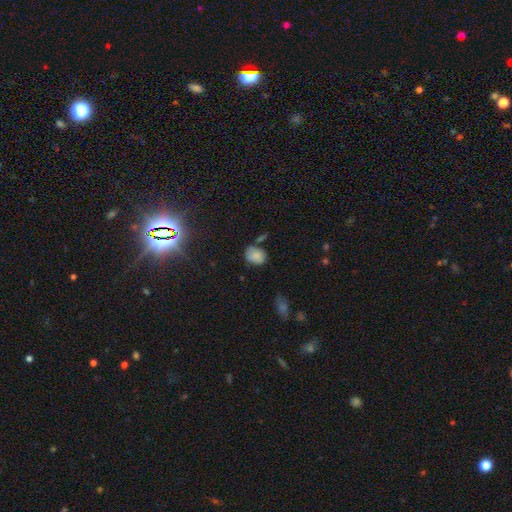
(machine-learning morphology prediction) smooth 78%, star or artifact 11%, featured or disk 11%. Down the decision tree: how rounded — in between (55%); merging — none (59%).